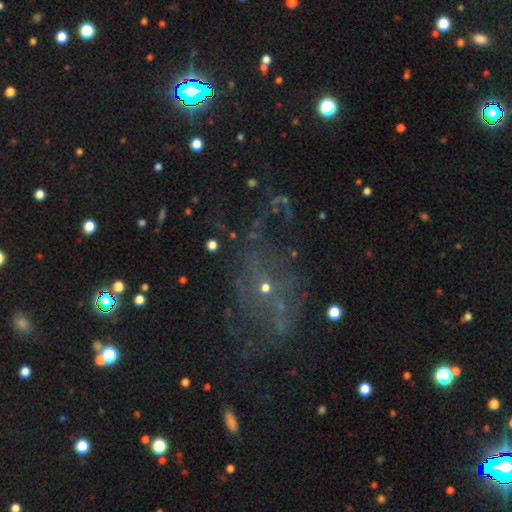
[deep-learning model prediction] A featured or disk galaxy (53%).

Vote fractions:
- Smooth or featured? featured or disk: 53% / star or artifact: 31% / smooth: 17%
- Edge-on disk? no: 94% / yes: 6%
- Merging? none: 47% / major disturbance: 31% / minor disturbance: 18% / merger: 5%